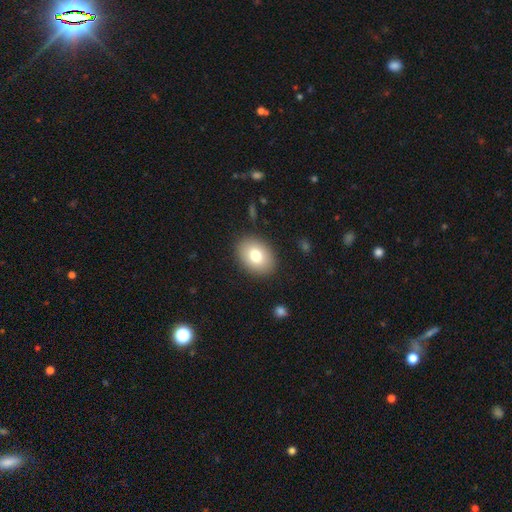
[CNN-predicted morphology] smooth-or-featured: smooth: 78% | featured or disk: 14% | star or artifact: 8%
  how-rounded: in between: 72% | round: 27% | cigar-shaped: 1%
  merging: none: 88% | minor disturbance: 9% | major disturbance: 3% | merger: 1%